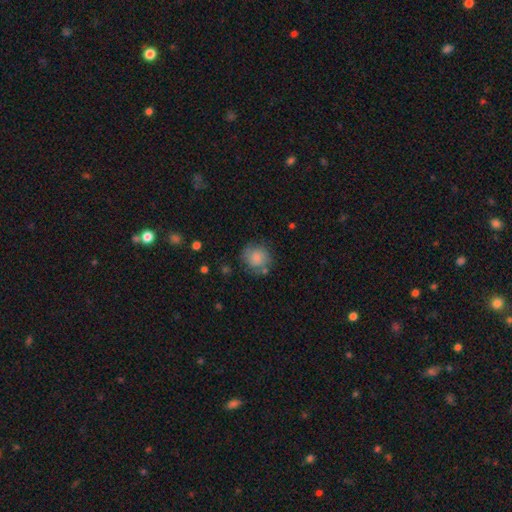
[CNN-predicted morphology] Q: Smooth or featured?
A: smooth (73%); runner-up: star or artifact (14%)
Q: How rounded?
A: round (87%); runner-up: in between (12%)
Q: Merging?
A: none (76%); runner-up: minor disturbance (15%)